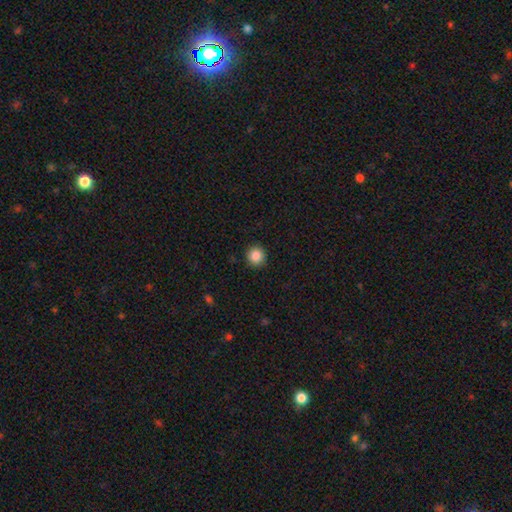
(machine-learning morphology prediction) This is clearly a smooth galaxy (86%). How rounded: clearly round (94%). Merging: clearly none (92%).